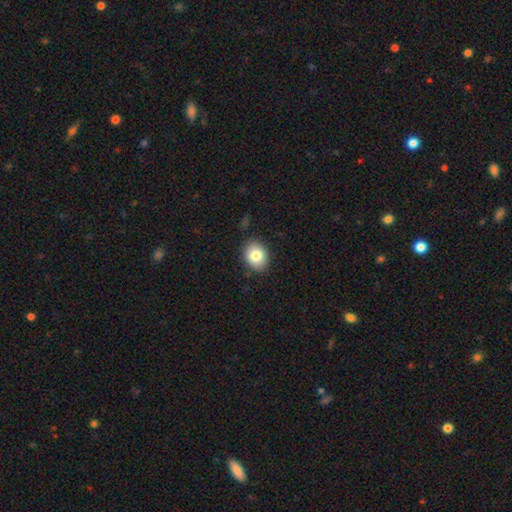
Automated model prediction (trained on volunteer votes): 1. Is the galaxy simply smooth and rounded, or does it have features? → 84% smooth, 8% star or artifact, 8% featured or disk.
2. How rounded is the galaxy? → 53% in between, 46% round, 1% cigar-shaped.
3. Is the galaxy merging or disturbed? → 86% none, 10% minor disturbance, 2% major disturbance, 1% merger.